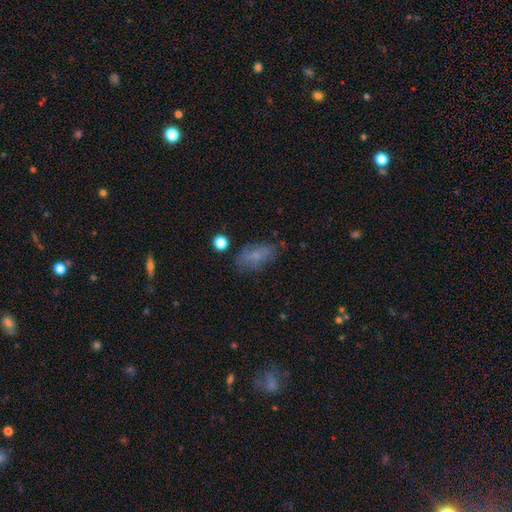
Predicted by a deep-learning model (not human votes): The model was most divided on "smooth or featured": smooth: 67%, featured or disk: 22%, star or artifact: 11%. More confident: how rounded — in between (88%); merging — none (67%).